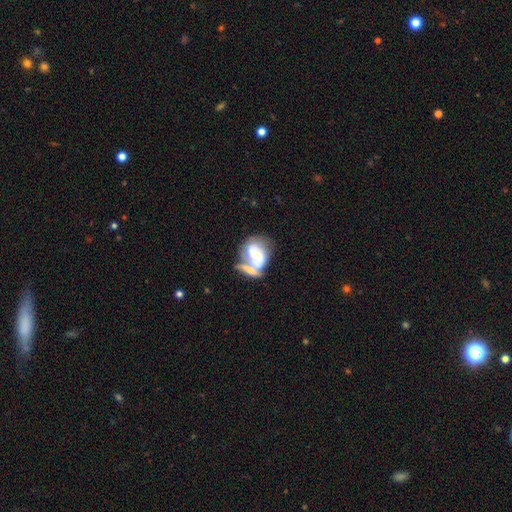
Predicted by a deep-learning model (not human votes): smooth-or-featured: featured or disk: 59% | smooth: 33% | star or artifact: 8%
  disk-edge-on: no: 96% | yes: 4%
    bar: no: 55% | weak: 28% | strong: 17%
    has-spiral-arms: yes: 56% | no: 44%
    bulge-size: small: 34% | moderate: 30% | none: 22% | large: 10% | dominant: 3%
  merging: merger: 58% | none: 16% | major disturbance: 15% | minor disturbance: 11%